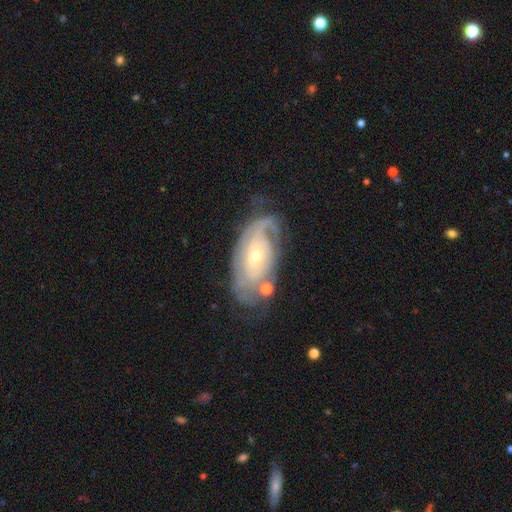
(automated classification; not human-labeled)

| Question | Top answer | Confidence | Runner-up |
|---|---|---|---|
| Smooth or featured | featured or disk | 82% | smooth (13%) |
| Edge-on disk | no | 94% | yes (6%) |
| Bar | no | 75% | weak (20%) |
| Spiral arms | yes | 89% | no (11%) |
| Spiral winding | tight | 68% | medium (24%) |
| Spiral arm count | can't tell | 44% | 2 (26%) |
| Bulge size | small | 66% | moderate (30%) |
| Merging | none | 57% | minor disturbance (23%) |